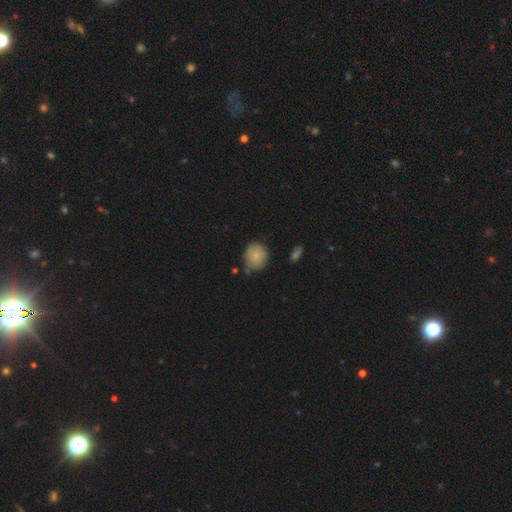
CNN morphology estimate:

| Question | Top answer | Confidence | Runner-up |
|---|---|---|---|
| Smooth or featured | smooth | 79% | featured or disk (13%) |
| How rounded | round | 72% | in between (26%) |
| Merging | none | 70% | minor disturbance (22%) |